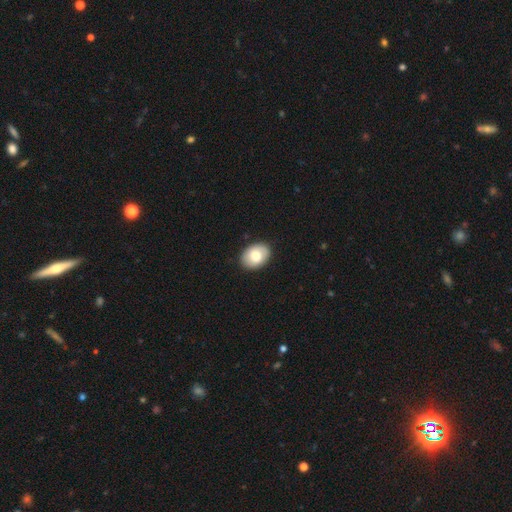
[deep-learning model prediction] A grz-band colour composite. It shows a smooth galaxy with no disk features (76%) that is in between round and cigar-shaped (77%). Merging: none (88%).